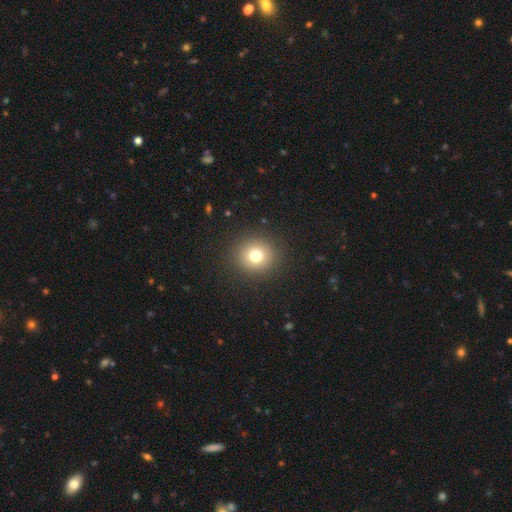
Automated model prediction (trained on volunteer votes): smooth 76%, star or artifact 14%, featured or disk 10%. Down the decision tree: how rounded — round (89%); merging — none (91%).